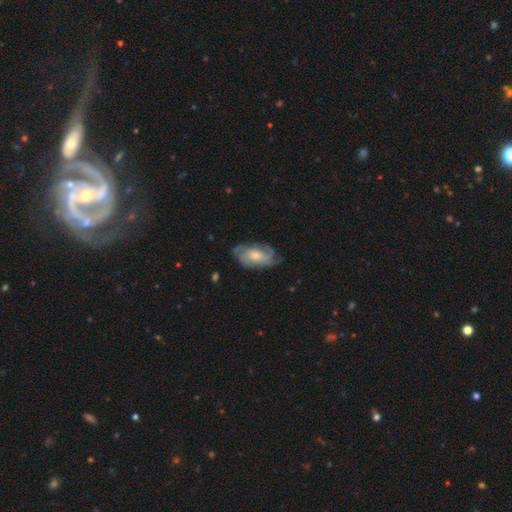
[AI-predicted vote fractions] Q: Smooth or featured?
A: featured or disk (68%); runner-up: smooth (26%)
Q: Edge-on disk?
A: no (95%); runner-up: yes (5%)
Q: Bar?
A: no (72%); runner-up: weak (24%)
Q: Spiral arms?
A: yes (87%); runner-up: no (13%)
Q: Spiral winding?
A: tight (42%); runner-up: medium (40%)
Q: Spiral arm count?
A: can't tell (40%); runner-up: 3 (20%)
Q: Bulge size?
A: moderate (57%); runner-up: small (26%)
Q: Merging?
A: none (66%); runner-up: minor disturbance (23%)